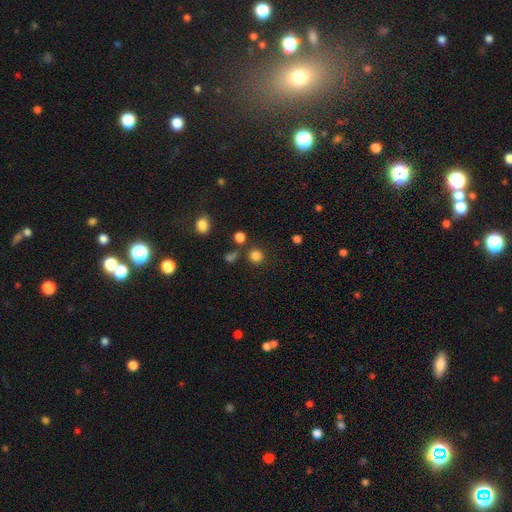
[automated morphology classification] Smooth or featured?
  - smooth: 81% *
  - star or artifact: 14%
  - featured or disk: 4%
How rounded?
  - round: 90% *
  - in between: 9%
  - cigar-shaped: 1%
Merging?
  - none: 81% *
  - minor disturbance: 8%
  - merger: 7%
  - major disturbance: 3%